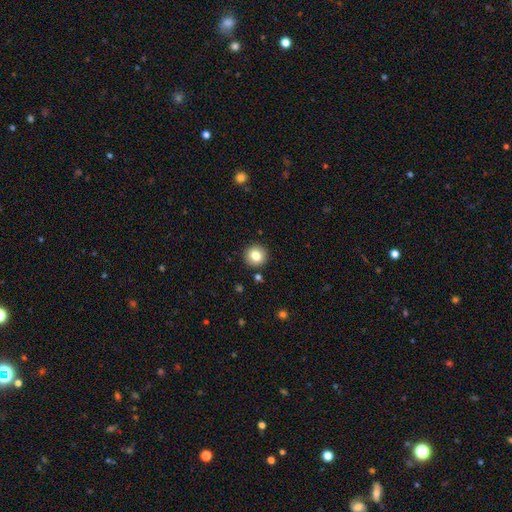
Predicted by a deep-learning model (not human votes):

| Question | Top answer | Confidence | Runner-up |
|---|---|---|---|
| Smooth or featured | smooth | 82% | star or artifact (10%) |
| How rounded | round | 93% | in between (6%) |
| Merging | none | 91% | minor disturbance (6%) |